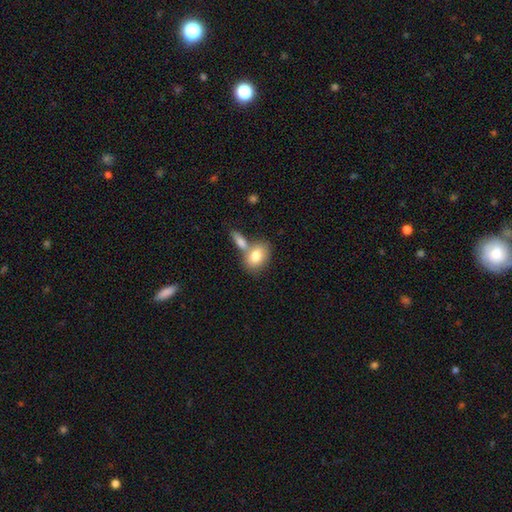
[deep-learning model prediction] Morphology: type=smooth (79%); roundness=in between (79%); merging=merger (43%, tied with none).